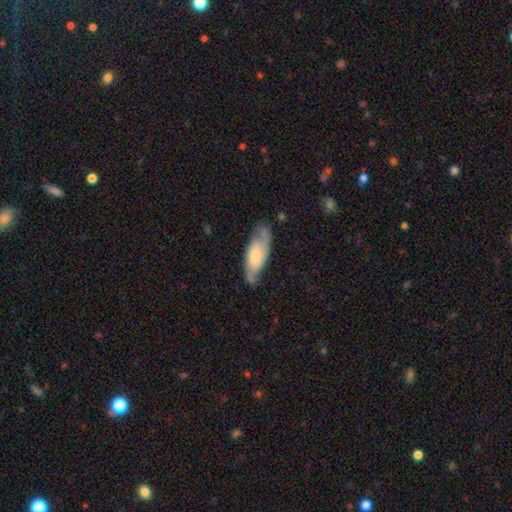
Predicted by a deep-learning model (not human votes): A featured or disk galaxy (63%) with no bar (65%), spiral arms (88%) and a moderate central bulge (46%). Merging: none (69%).